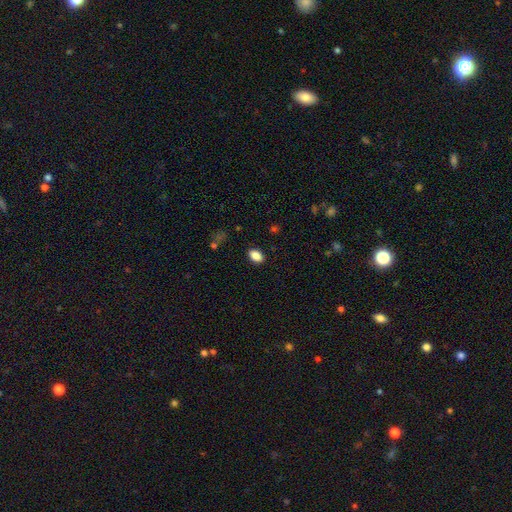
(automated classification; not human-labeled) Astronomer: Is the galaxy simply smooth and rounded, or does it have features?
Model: smooth — 87%.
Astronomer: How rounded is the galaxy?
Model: in between — 89%.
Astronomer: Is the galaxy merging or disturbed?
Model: none — 87%.